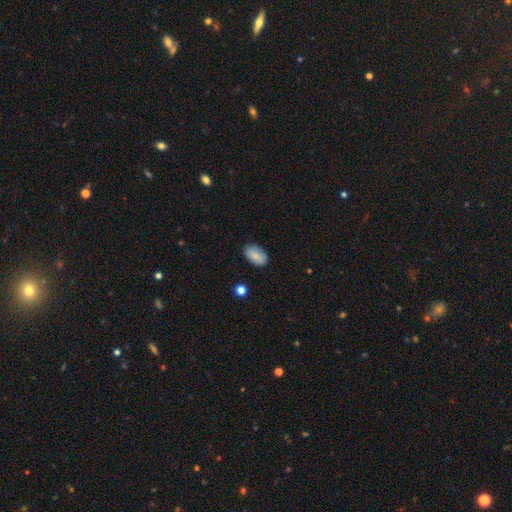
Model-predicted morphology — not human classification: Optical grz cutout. It shows a smooth galaxy with no disk features (79%) that is in between round and cigar-shaped (92%). Merging: none (81%).